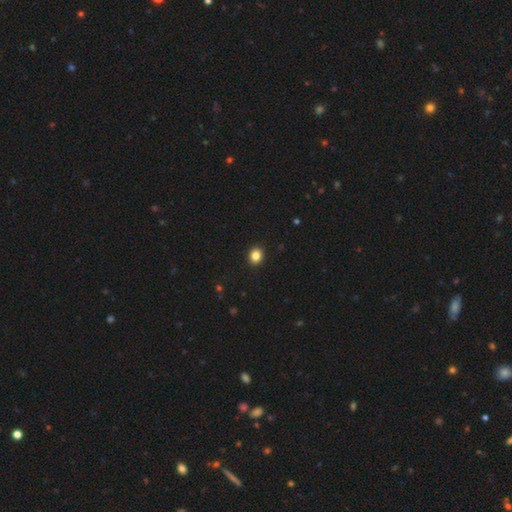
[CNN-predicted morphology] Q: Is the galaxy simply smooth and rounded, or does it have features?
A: smooth — 85%.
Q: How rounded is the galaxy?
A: round — 65%.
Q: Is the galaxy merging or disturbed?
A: none — 92%.